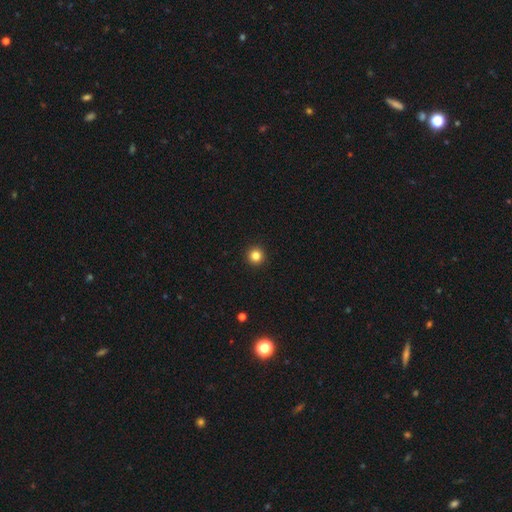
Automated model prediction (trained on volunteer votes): smooth_or_featured: smooth (p=0.84) [alt: star or artifact p=0.12]
how_rounded: round (p=0.96) [alt: in between p=0.03]
merging: none (p=0.94) [alt: minor disturbance p=0.04]